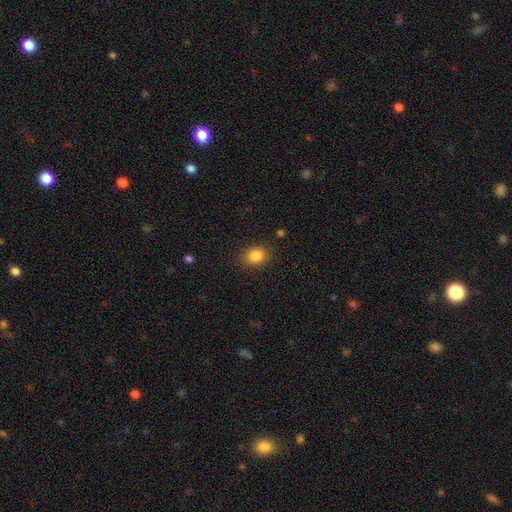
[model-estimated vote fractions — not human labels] smooth-or-featured: smooth: 85% | star or artifact: 10% | featured or disk: 5%
  how-rounded: in between: 53% | round: 46% | cigar-shaped: 1%
  merging: none: 83% | minor disturbance: 11% | major disturbance: 4% | merger: 1%